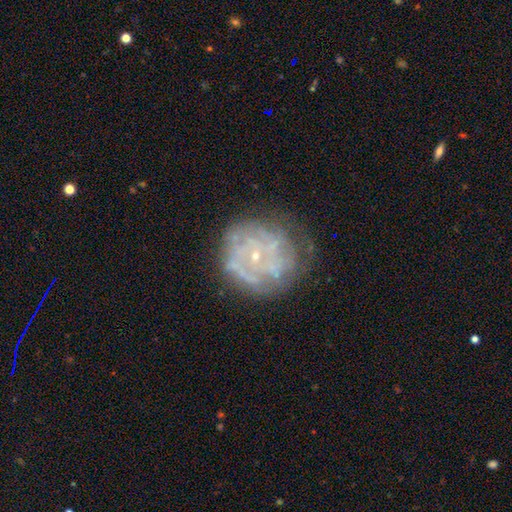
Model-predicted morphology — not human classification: featured or disk 73%, smooth 17%, star or artifact 11%. Down the decision tree: edge-on disk — no (98%); bar — no (82%); spiral arms — yes (67%); bulge size — small (82%); merging — none (63%).